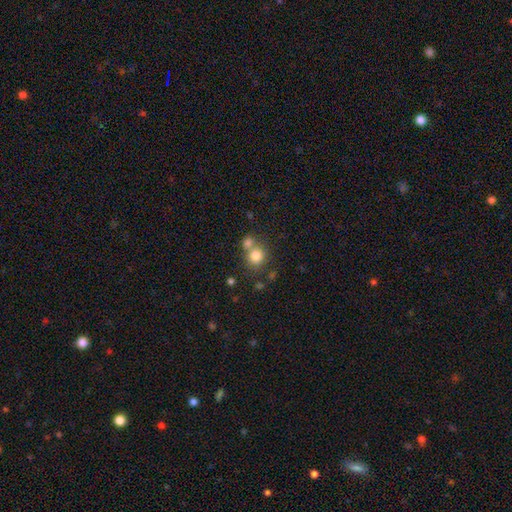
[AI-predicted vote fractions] A smooth galaxy with no disk features (79%) that is round (86%). Merging: none (52%).